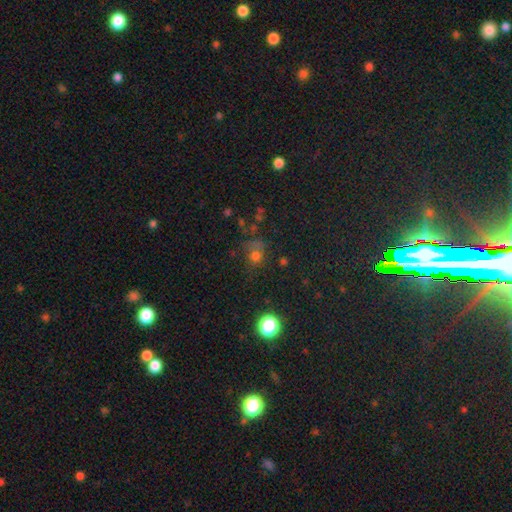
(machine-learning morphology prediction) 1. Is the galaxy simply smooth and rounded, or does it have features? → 62% smooth, 27% star or artifact, 11% featured or disk.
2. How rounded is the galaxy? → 79% round, 19% in between, 1% cigar-shaped.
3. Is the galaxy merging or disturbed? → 55% none, 18% minor disturbance, 16% major disturbance, 11% merger.